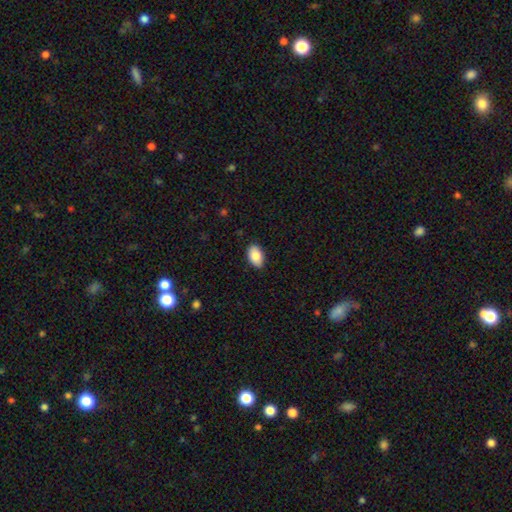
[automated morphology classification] type=smooth (84%); roundness=in between (91%); merging=none (88%).